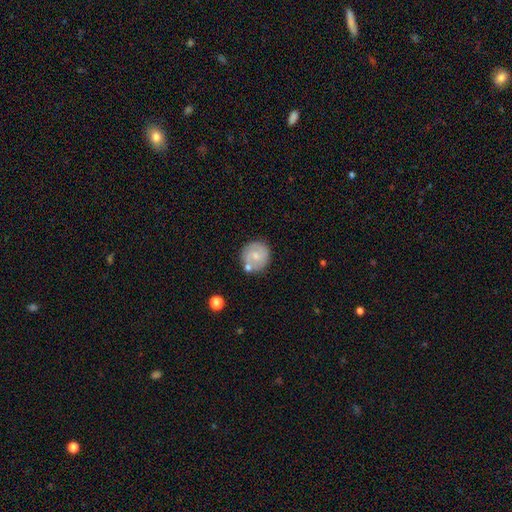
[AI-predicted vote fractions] smooth 58%, featured or disk 35%, star or artifact 7%. Down the decision tree: how rounded — round (89%); merging — none (68%).